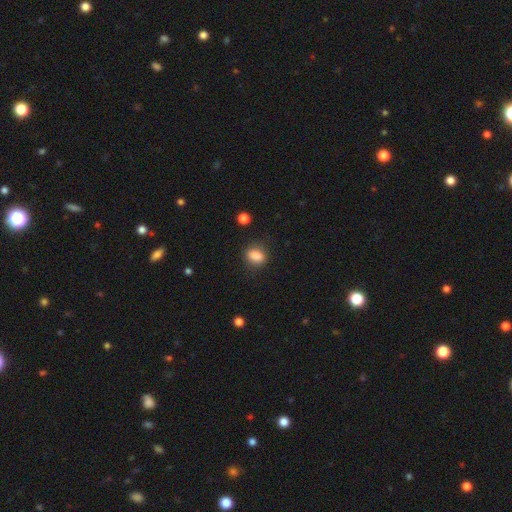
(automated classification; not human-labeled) A smooth galaxy with no disk features (85%) that is in between round and cigar-shaped (70%). Merging: none (80%).